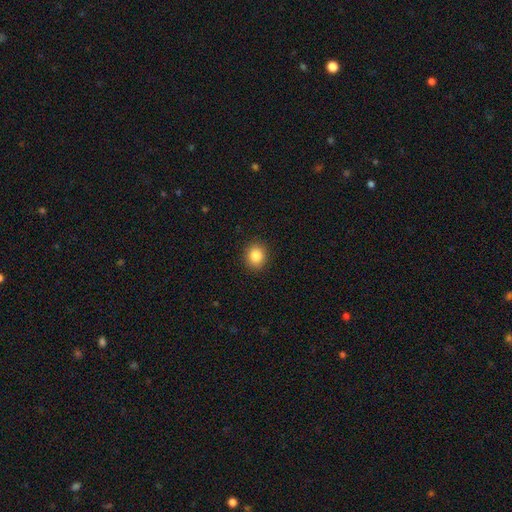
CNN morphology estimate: Smooth or featured?
  - smooth: 85% *
  - star or artifact: 10%
  - featured or disk: 5%
How rounded?
  - round: 74% *
  - in between: 25%
  - cigar-shaped: 1%
Merging?
  - none: 91% *
  - minor disturbance: 6%
  - major disturbance: 2%
  - merger: 1%